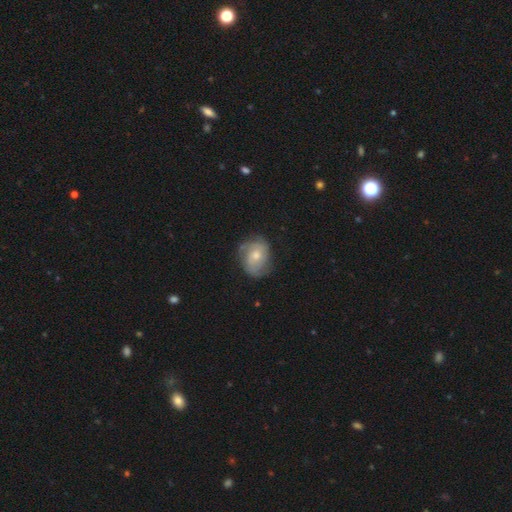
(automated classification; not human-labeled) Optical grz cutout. It shows a featured or disk galaxy (63%) with no bar (70%), 2 (54%) tight (43%) spiral arms (86%) and a moderate central bulge (59%). Merging: none (64%).